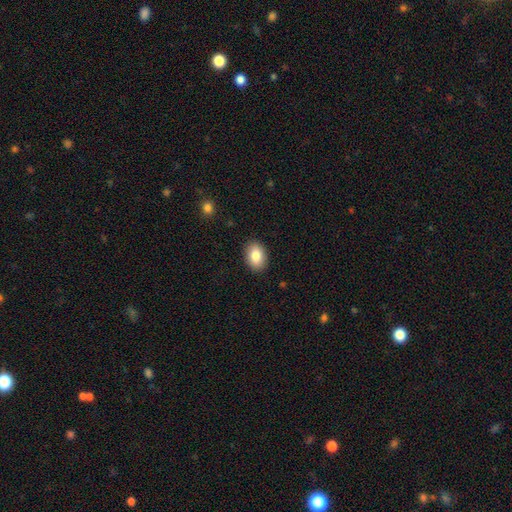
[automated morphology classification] type=smooth (84%); roundness=in between (80%); merging=none (89%).